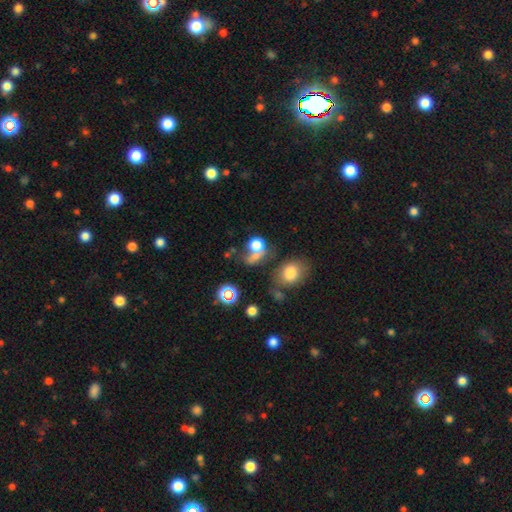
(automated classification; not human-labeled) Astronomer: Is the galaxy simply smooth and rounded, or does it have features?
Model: smooth — 62%.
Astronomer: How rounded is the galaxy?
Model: round — 62%.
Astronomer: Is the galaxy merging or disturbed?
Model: none — 34% (runner-up: merger, 33%).